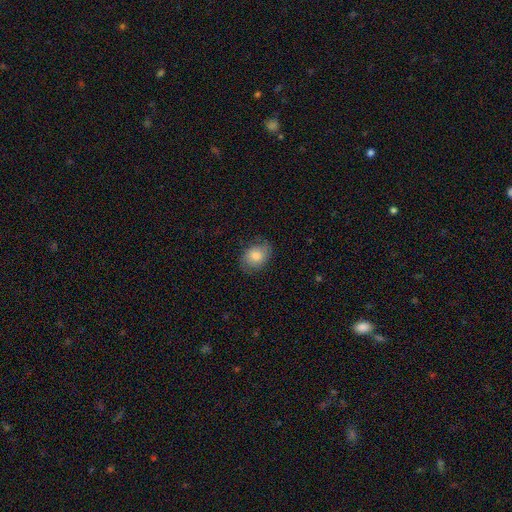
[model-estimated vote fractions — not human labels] This appears to be a smooth galaxy with no disk features (72%) that is in between round and cigar-shaped (58%). Merging: none (72%).